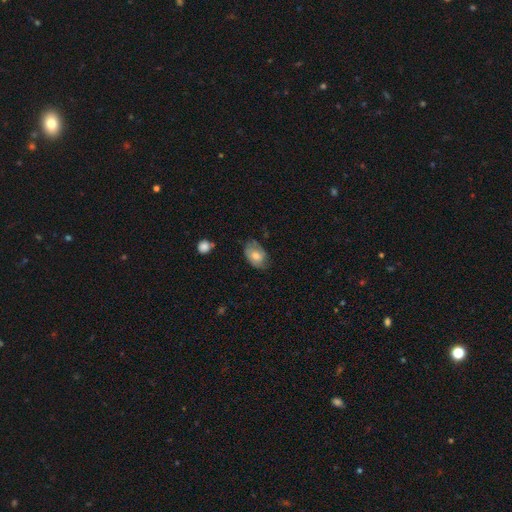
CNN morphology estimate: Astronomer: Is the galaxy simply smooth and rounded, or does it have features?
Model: smooth — 58% (runner-up: featured or disk, 34%).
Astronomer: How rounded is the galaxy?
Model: in between — 85%.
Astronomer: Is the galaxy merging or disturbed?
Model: none — 64%.